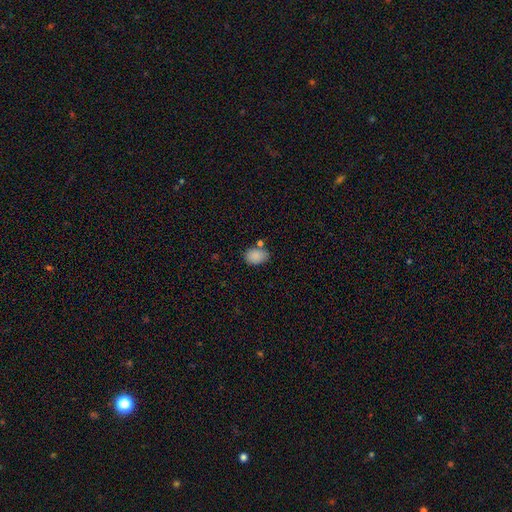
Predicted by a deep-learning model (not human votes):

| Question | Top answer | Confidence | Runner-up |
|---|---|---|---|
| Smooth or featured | smooth | 87% | star or artifact (8%) |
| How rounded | in between | 82% | round (17%) |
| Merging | none | 67% | minor disturbance (17%) |